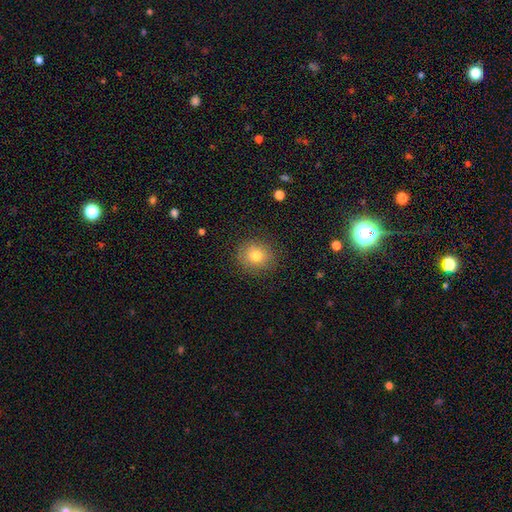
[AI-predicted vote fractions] smooth 78%, star or artifact 11%, featured or disk 11%. Down the decision tree: how rounded — round (84%); merging — none (86%).